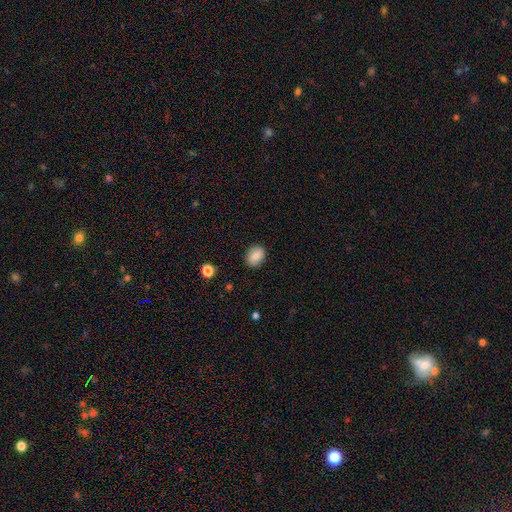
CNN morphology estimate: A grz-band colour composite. It shows a smooth galaxy with no disk features (86%) that is in between round and cigar-shaped (67%). Merging: none (87%).